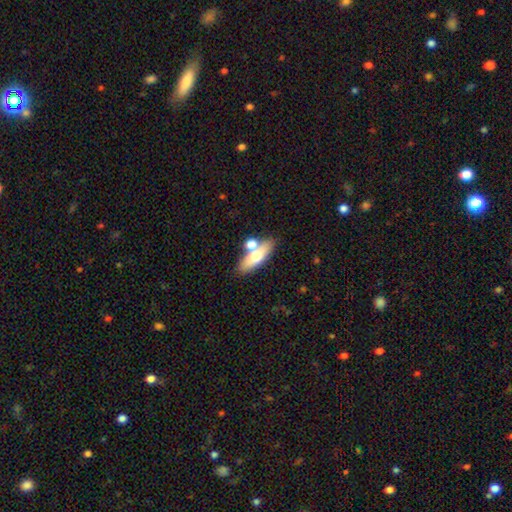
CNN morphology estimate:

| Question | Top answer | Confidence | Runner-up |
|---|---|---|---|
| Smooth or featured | smooth | 61% | featured or disk (32%) |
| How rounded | in between | 59% | cigar-shaped (36%) |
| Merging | none | 63% | merger (22%) |